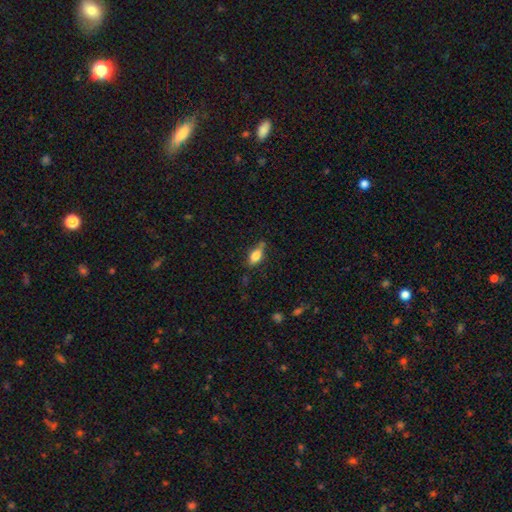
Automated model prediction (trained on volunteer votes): Smooth or featured?
  - smooth: 73% *
  - featured or disk: 19%
  - star or artifact: 9%
How rounded?
  - in between: 82% *
  - cigar-shaped: 12%
  - round: 6%
Merging?
  - none: 63% *
  - minor disturbance: 25%
  - major disturbance: 7%
  - merger: 6%